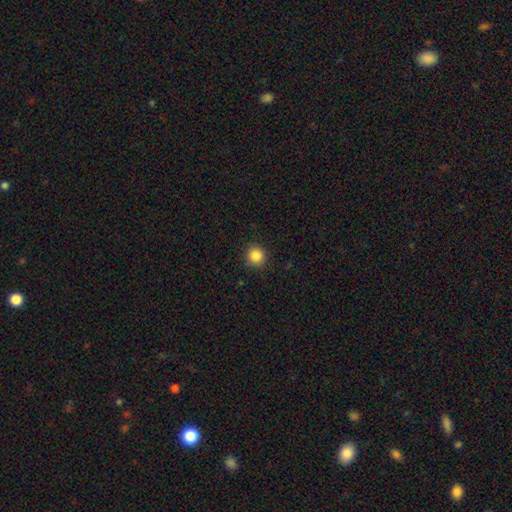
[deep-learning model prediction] Q: Smooth or featured?
A: smooth (86%); runner-up: star or artifact (11%)
Q: How rounded?
A: round (92%); runner-up: in between (7%)
Q: Merging?
A: none (90%); runner-up: minor disturbance (7%)